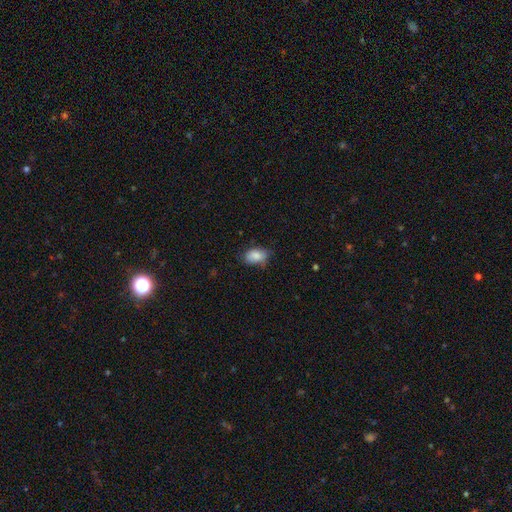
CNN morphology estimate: Smooth or featured?
  - smooth: 84% *
  - featured or disk: 8%
  - star or artifact: 8%
How rounded?
  - in between: 88% *
  - round: 11%
  - cigar-shaped: 2%
Merging?
  - none: 63% *
  - minor disturbance: 29%
  - major disturbance: 6%
  - merger: 2%